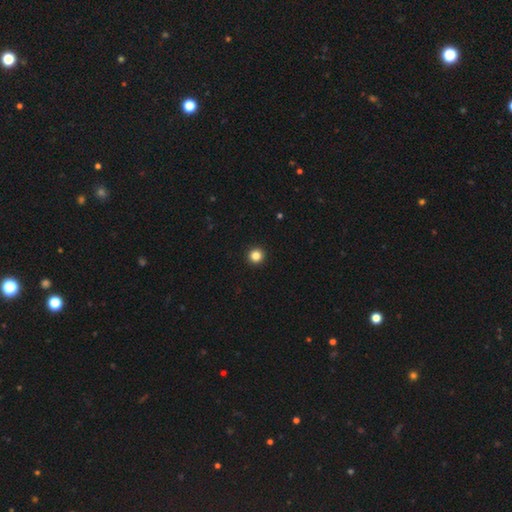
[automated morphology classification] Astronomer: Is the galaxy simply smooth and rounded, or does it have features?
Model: smooth — 84%.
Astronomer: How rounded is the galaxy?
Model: round — 96%.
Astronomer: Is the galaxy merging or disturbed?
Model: none — 95%.